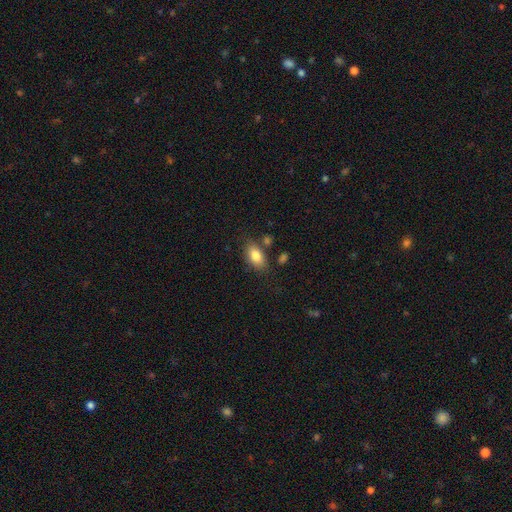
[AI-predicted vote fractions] Smooth or featured? smooth (82%)
How rounded? in between (90%)
Merging? none (76%)